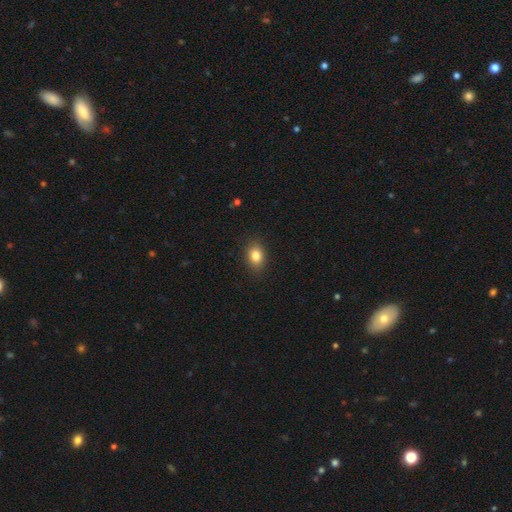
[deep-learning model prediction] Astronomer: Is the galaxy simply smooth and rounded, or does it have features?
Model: smooth — 83%.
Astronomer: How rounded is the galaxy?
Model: in between — 68%.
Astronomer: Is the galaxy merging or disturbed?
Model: none — 86%.